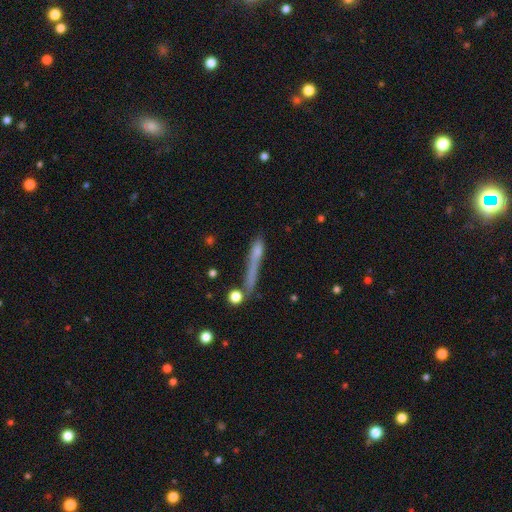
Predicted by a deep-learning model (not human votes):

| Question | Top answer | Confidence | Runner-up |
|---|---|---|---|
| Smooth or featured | smooth | 55% | featured or disk (32%) |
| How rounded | cigar-shaped | 89% | in between (7%) |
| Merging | none | 50% | minor disturbance (21%) |